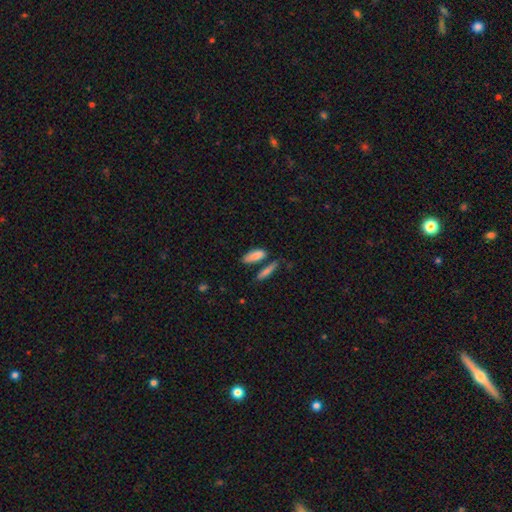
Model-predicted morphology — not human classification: The model was most divided on "how rounded": in between: 66%, cigar-shaped: 31%, round: 3%. More confident: smooth or featured — smooth (83%); merging — none (60%).